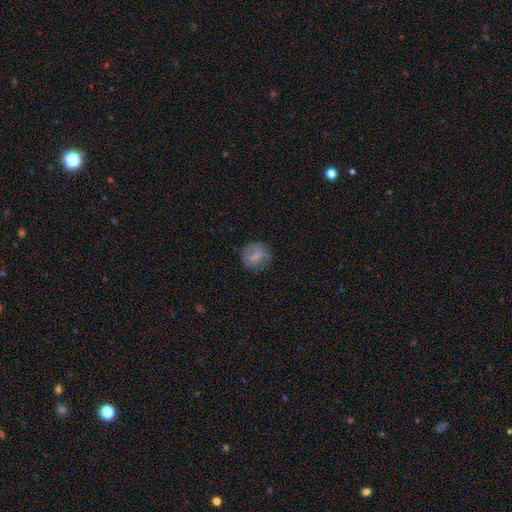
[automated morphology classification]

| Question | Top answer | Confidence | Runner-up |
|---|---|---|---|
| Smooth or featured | smooth | 74% | featured or disk (18%) |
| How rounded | round | 85% | in between (14%) |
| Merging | none | 77% | minor disturbance (16%) |